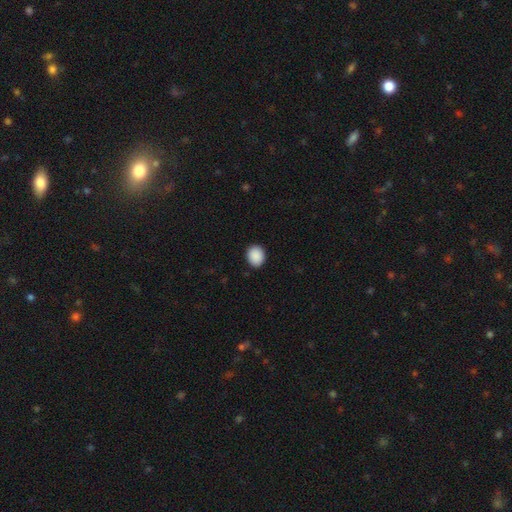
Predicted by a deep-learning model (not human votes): smooth 90%, star or artifact 8%, featured or disk 2%. Down the decision tree: how rounded — round (57%); merging — none (90%).